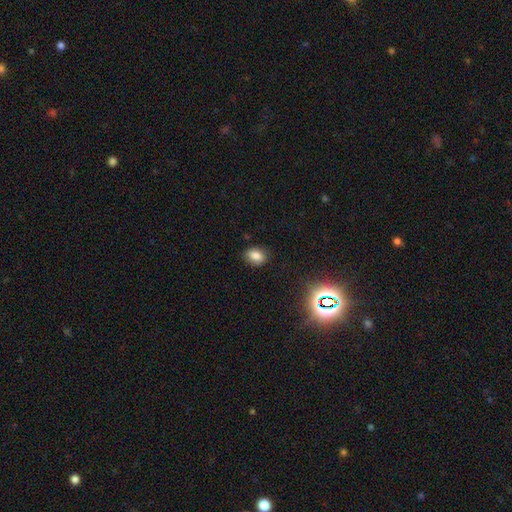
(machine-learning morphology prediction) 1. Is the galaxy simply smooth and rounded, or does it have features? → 79% smooth, 13% star or artifact, 8% featured or disk.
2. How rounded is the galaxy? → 68% in between, 30% round, 1% cigar-shaped.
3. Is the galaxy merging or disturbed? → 80% none, 15% minor disturbance, 3% major disturbance, 1% merger.